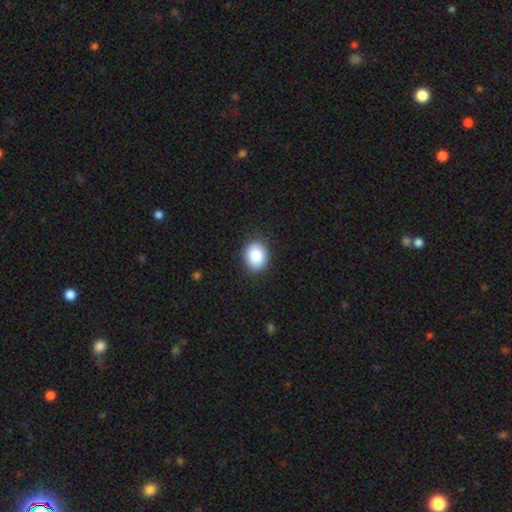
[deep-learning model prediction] Smooth or featured? Predicted: smooth (p=0.87). How rounded? Predicted: round (p=0.50, tied with in between). Merging? Predicted: none (p=0.89).